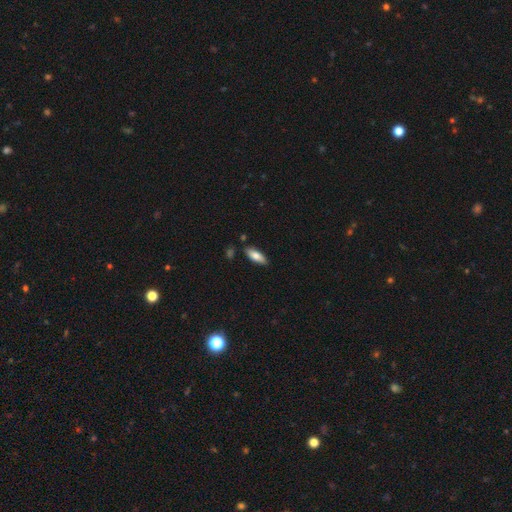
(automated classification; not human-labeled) A smooth galaxy with no disk features (77%) that is in between round and cigar-shaped (70%).

Vote fractions:
- Smooth or featured? smooth: 77% / featured or disk: 17% / star or artifact: 6%
- How rounded? in between: 70% / cigar-shaped: 28% / round: 2%
- Merging? none: 85% / minor disturbance: 11% / merger: 3% / major disturbance: 2%